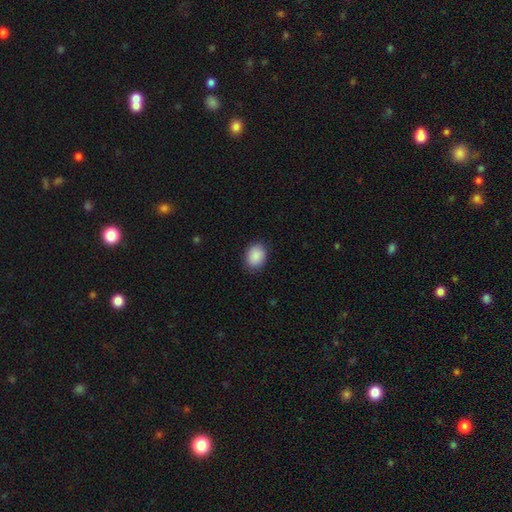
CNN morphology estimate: A smooth galaxy with no disk features (90%) that is in between round and cigar-shaped (57%). Merging: none (88%).